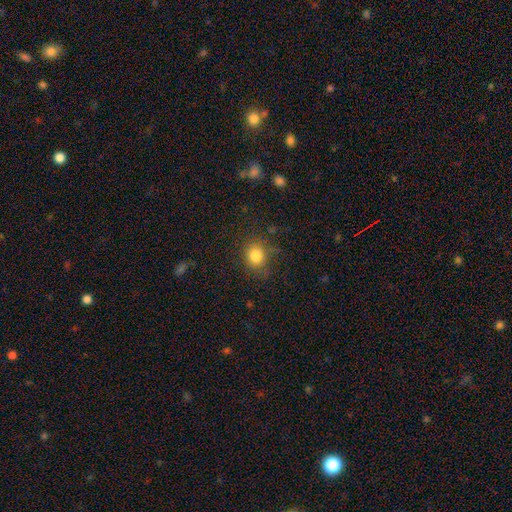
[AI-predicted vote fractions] Smooth or featured? smooth (82%)
How rounded? round (76%)
Merging? none (75%)